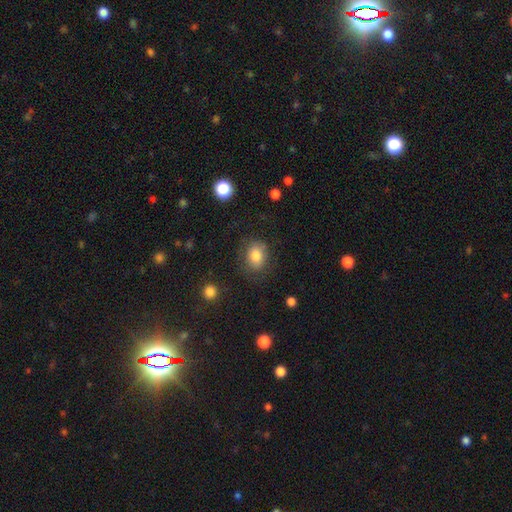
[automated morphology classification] A smooth galaxy with no disk features (79%) that is in between round and cigar-shaped (54%). Merging: none (73%).